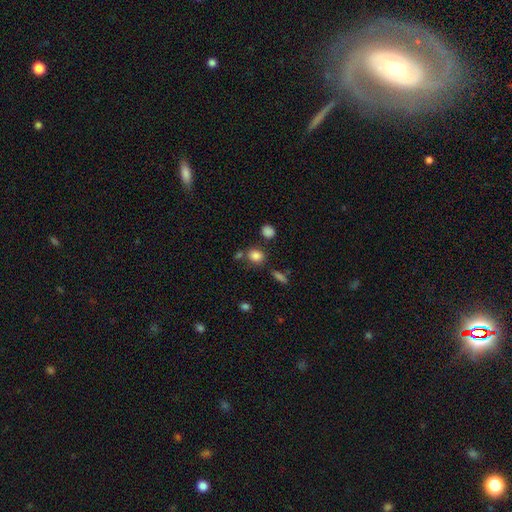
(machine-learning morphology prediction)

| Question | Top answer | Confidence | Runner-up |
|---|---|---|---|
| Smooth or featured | smooth | 83% | star or artifact (11%) |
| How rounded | round | 60% | in between (39%) |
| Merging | none | 71% | minor disturbance (13%) |